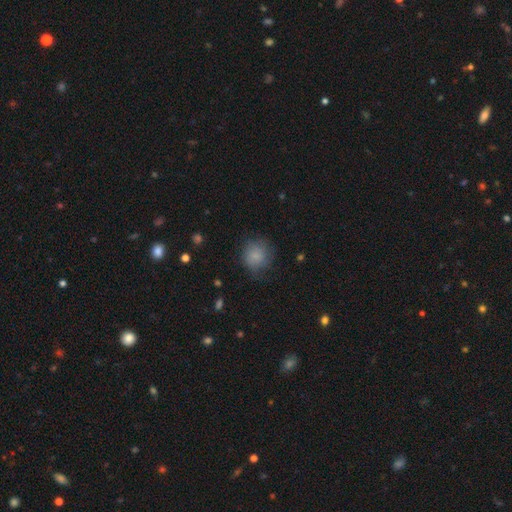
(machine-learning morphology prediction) Smooth or featured?
  - smooth: 82% *
  - featured or disk: 9%
  - star or artifact: 9%
How rounded?
  - round: 88% *
  - in between: 11%
  - cigar-shaped: 1%
Merging?
  - none: 73% *
  - minor disturbance: 19%
  - major disturbance: 7%
  - merger: 1%